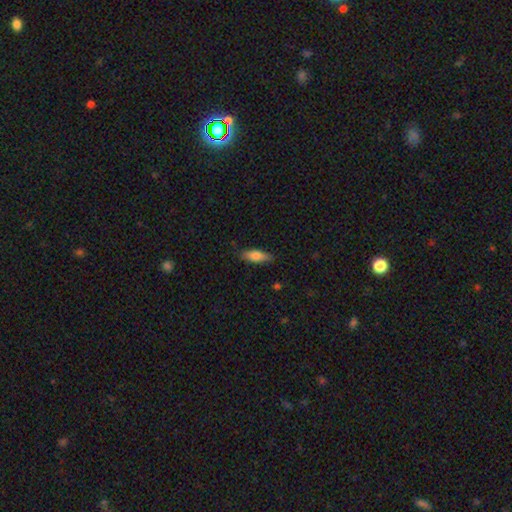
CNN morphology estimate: Smooth or featured: smooth — 76% (featured or disk — 18%)
How rounded: in between — 61% (cigar-shaped — 37%)
Merging: none — 84% (minor disturbance — 13%)